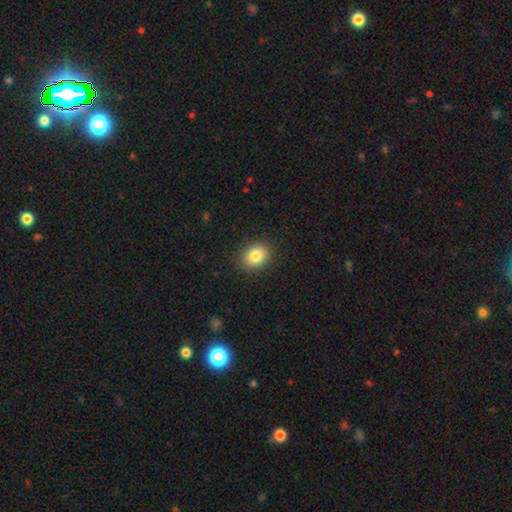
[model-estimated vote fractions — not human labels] A smooth galaxy with no disk features (84%) that is round (51%). Merging: none (89%).